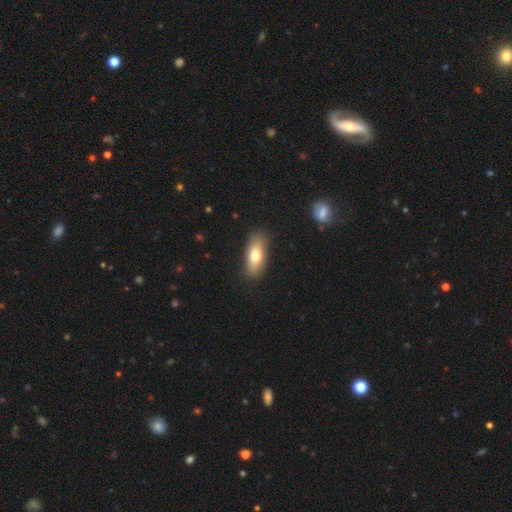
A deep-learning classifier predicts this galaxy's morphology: This is likely a smooth galaxy (70%). How rounded: likely in between (71%). Merging: clearly none (86%).